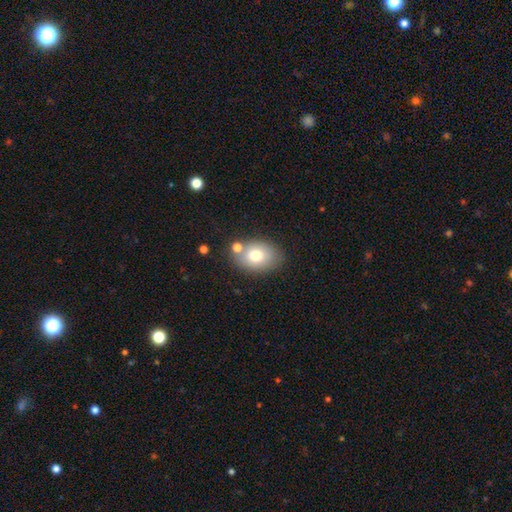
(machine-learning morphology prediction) Overall: smooth (76%). How rounded: in between (74%). Merging: none (70%).